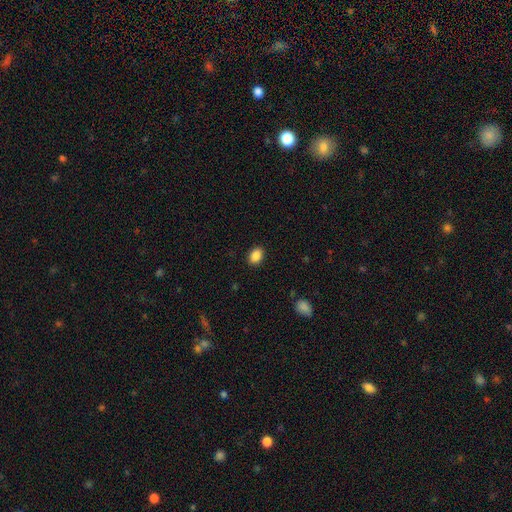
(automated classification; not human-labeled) Smooth or featured: smooth — 88% (star or artifact — 9%)
How rounded: in between — 68% (round — 31%)
Merging: none — 89% (minor disturbance — 8%)